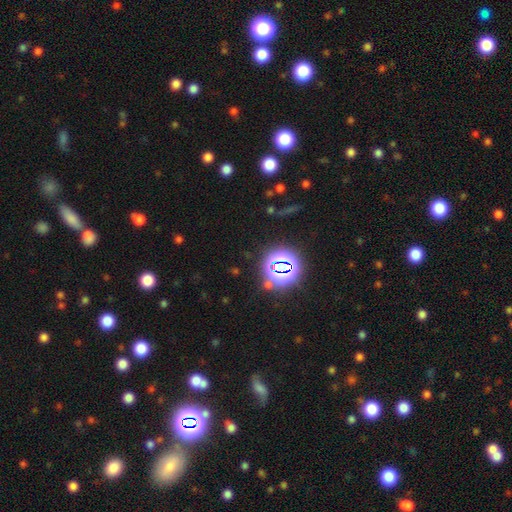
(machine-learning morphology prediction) A star or artifact, not a galaxy (78%).

Vote fractions:
- Smooth or featured? star or artifact: 78% / smooth: 15% / featured or disk: 7%